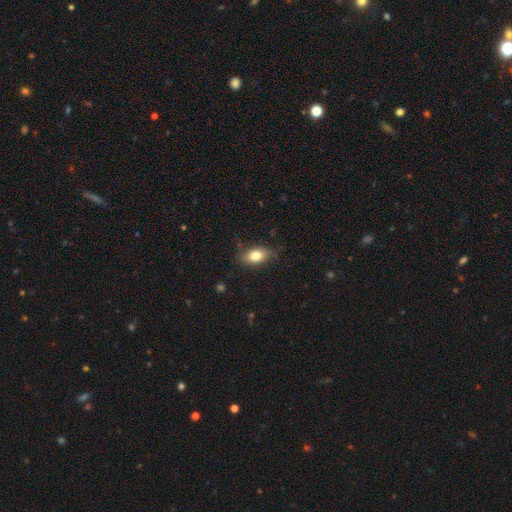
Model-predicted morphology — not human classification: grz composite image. It shows a smooth galaxy with no disk features (80%) that is in between round and cigar-shaped (85%). Merging: none (79%).